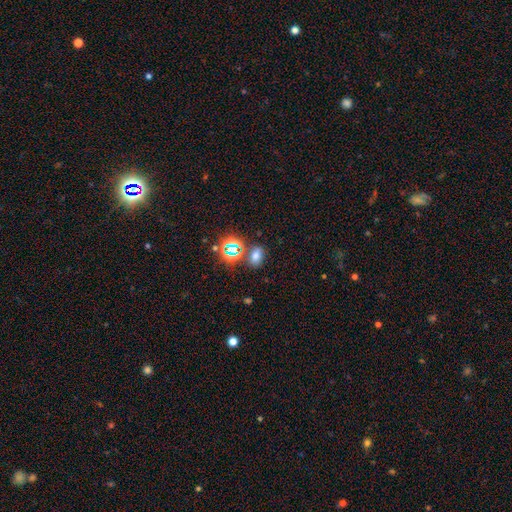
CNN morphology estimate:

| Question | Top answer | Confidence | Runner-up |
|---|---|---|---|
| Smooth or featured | smooth | 62% | star or artifact (29%) |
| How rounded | in between | 79% | round (19%) |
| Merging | none | 74% | minor disturbance (12%) |